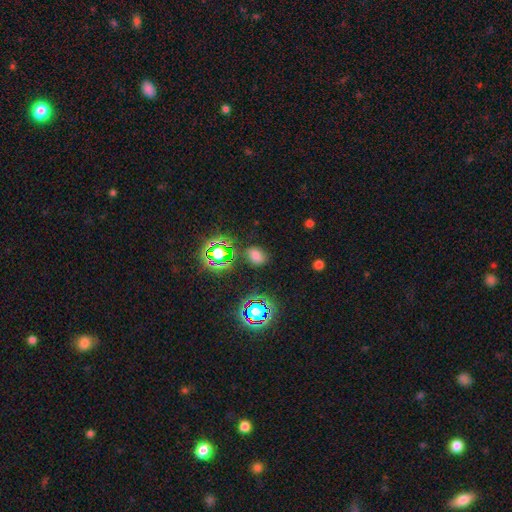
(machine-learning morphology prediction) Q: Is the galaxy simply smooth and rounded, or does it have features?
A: smooth — 64%.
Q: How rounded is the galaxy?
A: in between — 64%.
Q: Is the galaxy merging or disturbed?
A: none — 81%.